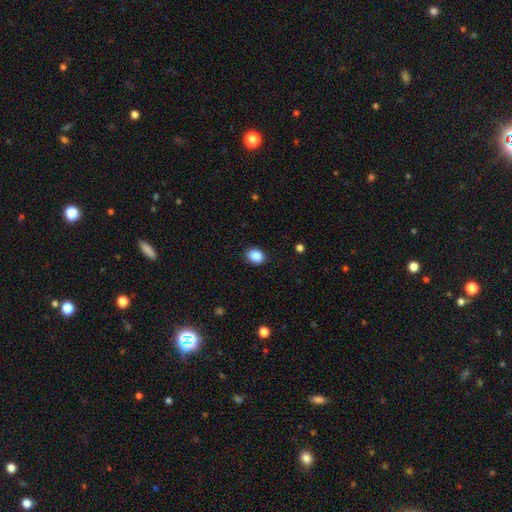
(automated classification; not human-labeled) smooth-or-featured: smooth: 89% | star or artifact: 8% | featured or disk: 3%
  how-rounded: in between: 60% | round: 39% | cigar-shaped: 1%
  merging: none: 88% | minor disturbance: 9% | major disturbance: 2% | merger: 1%